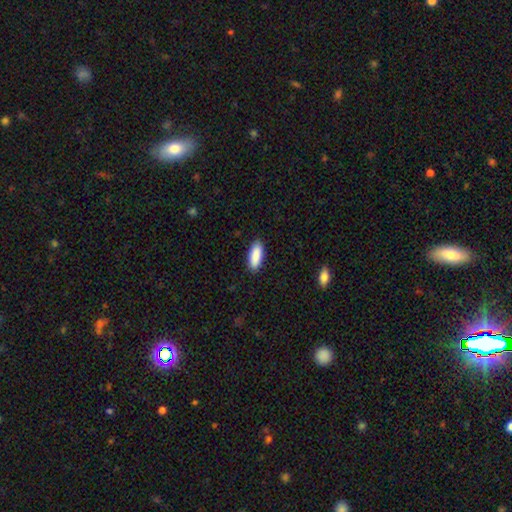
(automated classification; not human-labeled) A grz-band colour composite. It shows a smooth galaxy with no disk features (90%) that is in between round and cigar-shaped (76%). Merging: none (90%).